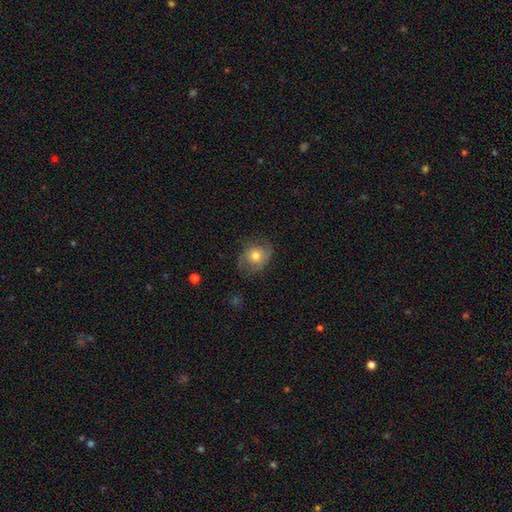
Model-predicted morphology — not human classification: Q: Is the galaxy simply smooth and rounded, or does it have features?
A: smooth — 58%.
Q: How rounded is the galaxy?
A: round — 66%.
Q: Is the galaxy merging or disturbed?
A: none — 66%.